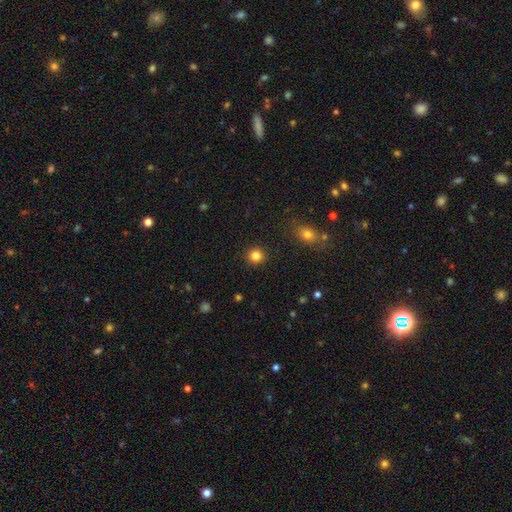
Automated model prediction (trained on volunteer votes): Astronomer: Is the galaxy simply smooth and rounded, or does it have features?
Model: smooth — 83%.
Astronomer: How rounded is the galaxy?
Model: round — 92%.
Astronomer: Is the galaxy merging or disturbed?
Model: none — 92%.